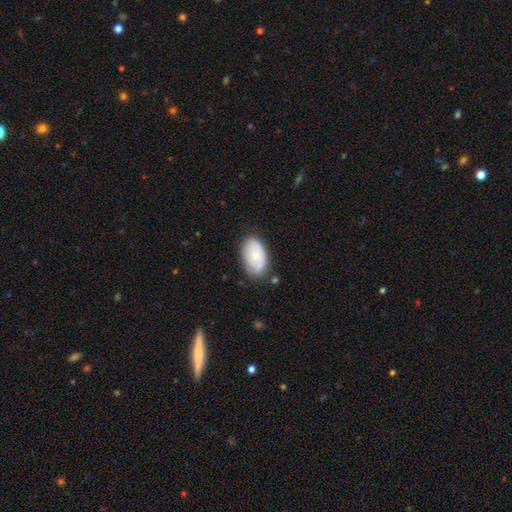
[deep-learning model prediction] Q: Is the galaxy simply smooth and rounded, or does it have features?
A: smooth — 59%.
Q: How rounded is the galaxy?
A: in between — 91%.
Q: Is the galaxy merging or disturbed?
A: none — 67%.